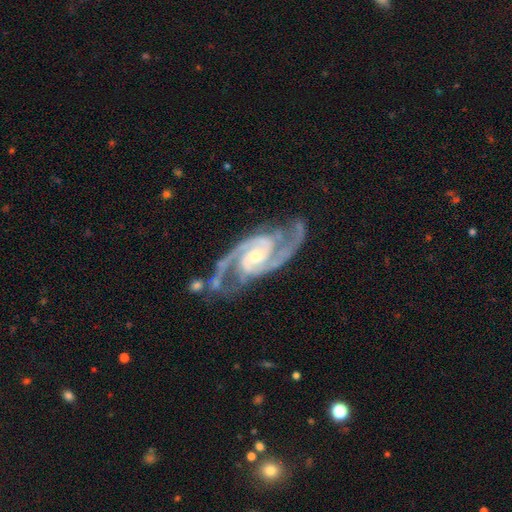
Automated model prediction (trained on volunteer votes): Smooth or featured? featured or disk (94%)
Edge-on disk? no (97%)
Bar? no (41%)
Spiral arms? yes (99%)
Spiral winding? medium (58%)
Spiral arm count? 2 (85%)
Bulge size? small (53%)
Merging? none (69%)